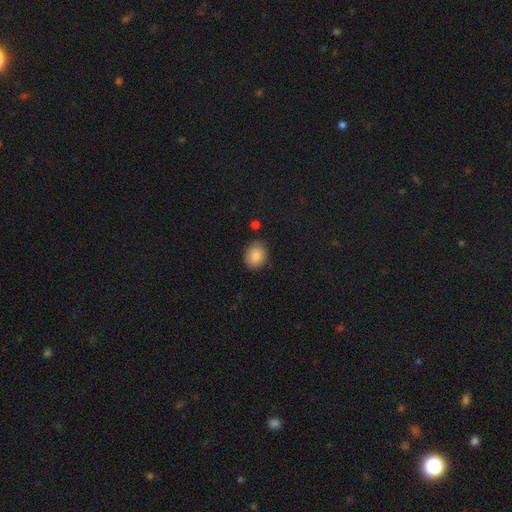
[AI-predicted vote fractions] Smooth or featured? Predicted: smooth (p=0.86). How rounded? Predicted: round (p=0.60). Merging? Predicted: none (p=0.83).